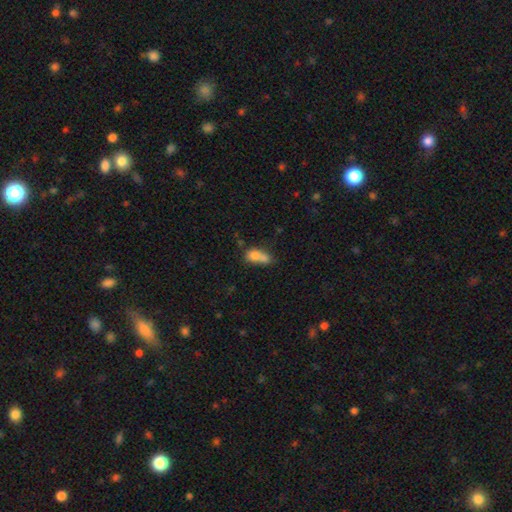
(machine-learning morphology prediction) Smooth or featured? smooth (73%)
How rounded? in between (69%)
Merging? merger (59%)